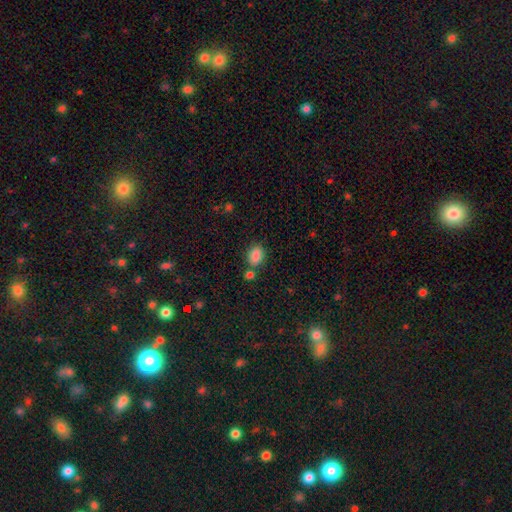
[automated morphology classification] smooth_or_featured: smooth (p=0.86) [alt: star or artifact p=0.09]
how_rounded: in between (p=0.72) [alt: round p=0.27]
merging: none (p=0.71) [alt: merger p=0.13]